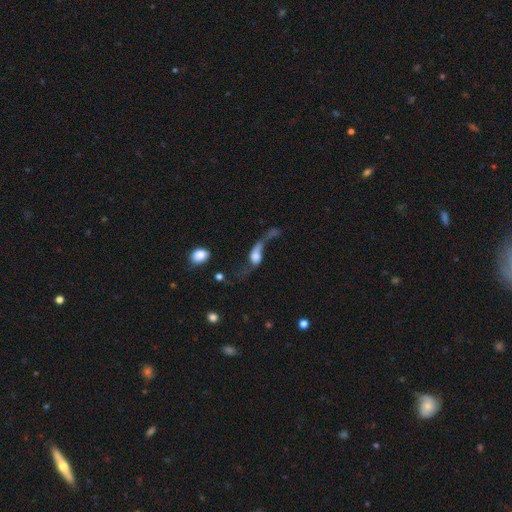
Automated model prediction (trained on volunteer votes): Overall: featured or disk (65%). Edge-on disk: no (86%). Bar: no (63%; weak 27%). Spiral arms: yes (80%). Bulge size: large (33%; moderate 24%). Merging: major disturbance (41%; none 27%).